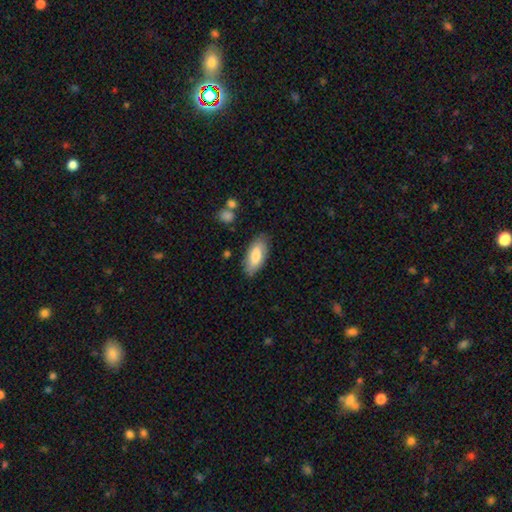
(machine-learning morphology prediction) Overall: smooth (77%). How rounded: in between (85%). Merging: none (82%).